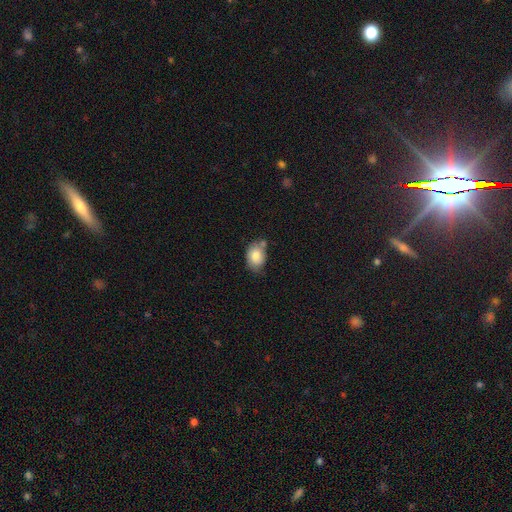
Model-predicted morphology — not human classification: Smooth or featured?
  - smooth: 80% *
  - featured or disk: 13%
  - star or artifact: 7%
How rounded?
  - in between: 74% *
  - round: 25%
  - cigar-shaped: 1%
Merging?
  - none: 53% *
  - minor disturbance: 28%
  - merger: 13%
  - major disturbance: 6%